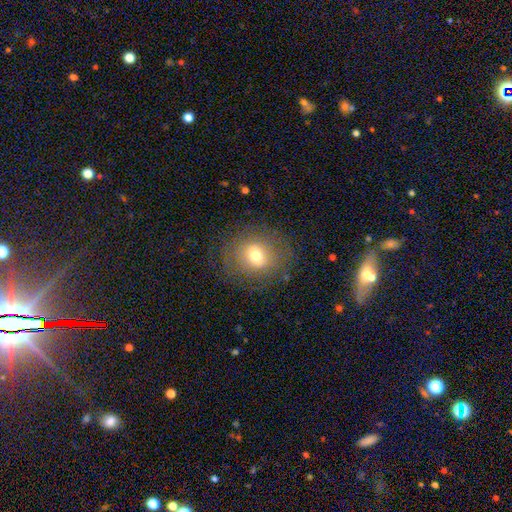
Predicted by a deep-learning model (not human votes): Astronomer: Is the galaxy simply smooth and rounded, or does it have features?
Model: smooth — 67%.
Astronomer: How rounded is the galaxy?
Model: round — 72%.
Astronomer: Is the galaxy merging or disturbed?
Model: none — 81%.